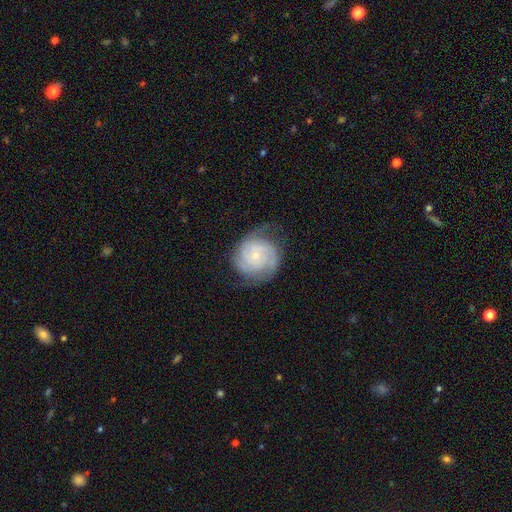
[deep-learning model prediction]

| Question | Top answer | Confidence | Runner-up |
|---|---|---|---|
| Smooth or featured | featured or disk | 73% | smooth (20%) |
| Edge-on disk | no | 98% | yes (2%) |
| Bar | no | 76% | weak (21%) |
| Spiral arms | yes | 94% | no (6%) |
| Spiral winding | tight | 57% | medium (33%) |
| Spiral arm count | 2 | 39% | can't tell (24%) |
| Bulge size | small | 77% | moderate (17%) |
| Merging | none | 65% | minor disturbance (22%) |